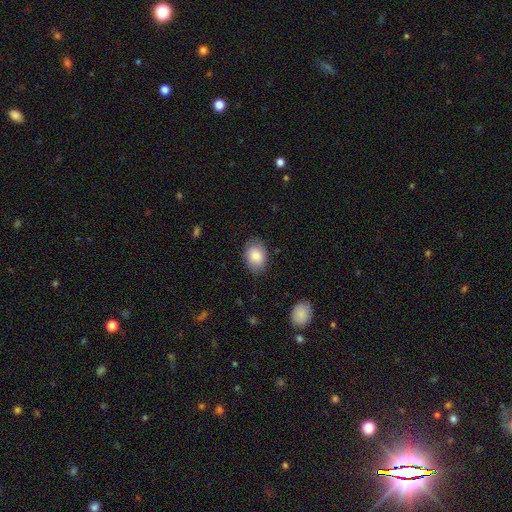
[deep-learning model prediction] Smooth or featured?
  - smooth: 84% *
  - featured or disk: 9%
  - star or artifact: 7%
How rounded?
  - in between: 77% *
  - round: 22%
  - cigar-shaped: 1%
Merging?
  - none: 83% *
  - minor disturbance: 13%
  - major disturbance: 3%
  - merger: 1%